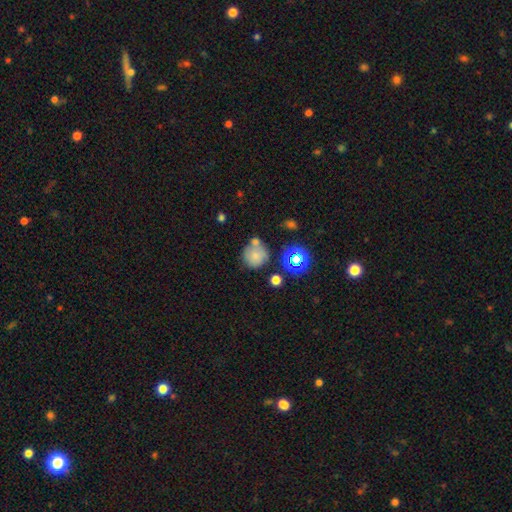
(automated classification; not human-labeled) A smooth galaxy with no disk features (69%) that is round (88%). Merging: none (54%).